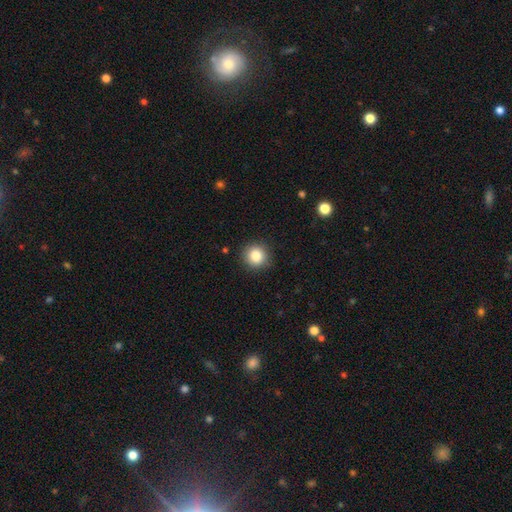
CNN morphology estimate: Smooth or featured: smooth — 83% (star or artifact — 11%)
How rounded: round — 93% (in between — 6%)
Merging: none — 91% (minor disturbance — 6%)